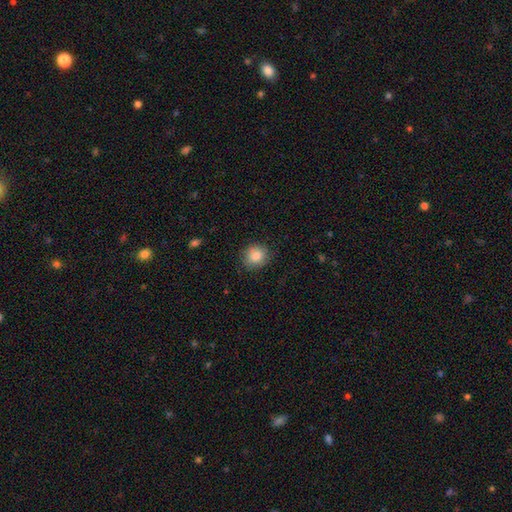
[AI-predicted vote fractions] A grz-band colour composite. It shows a smooth galaxy with no disk features (86%) that is round (84%). Merging: none (84%).